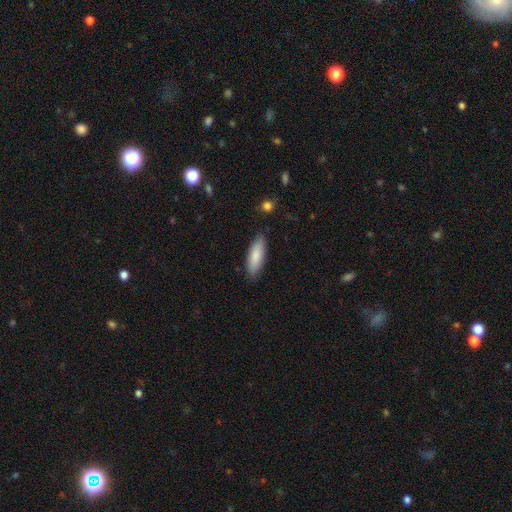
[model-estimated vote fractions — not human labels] Smooth or featured? Predicted: smooth (p=0.85). How rounded? Predicted: in between (p=0.58). Merging? Predicted: none (p=0.86).